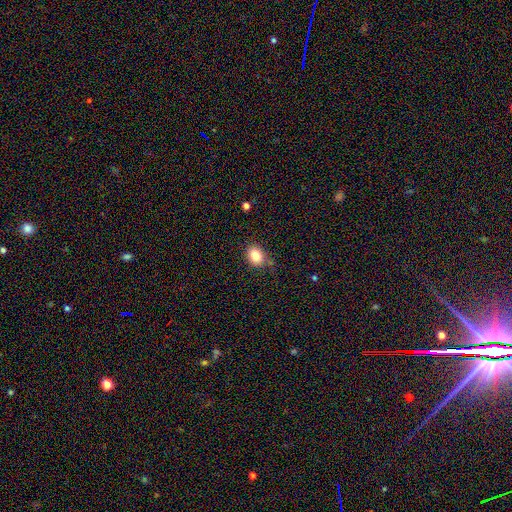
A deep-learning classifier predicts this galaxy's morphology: smooth-or-featured: smooth: 82% | star or artifact: 10% | featured or disk: 7%
  how-rounded: in between: 55% | round: 44% | cigar-shaped: 1%
  merging: none: 78% | minor disturbance: 16% | major disturbance: 4% | merger: 3%